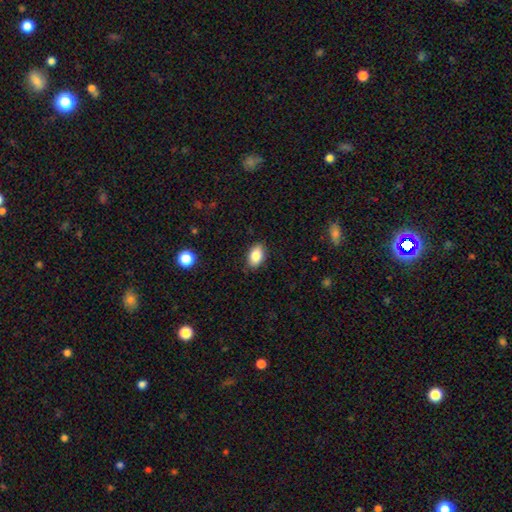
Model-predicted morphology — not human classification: The model was most divided on "merging": none: 86%, minor disturbance: 10%, major disturbance: 2%, merger: 1%. More confident: how rounded — in between (90%); smooth or featured — smooth (85%).